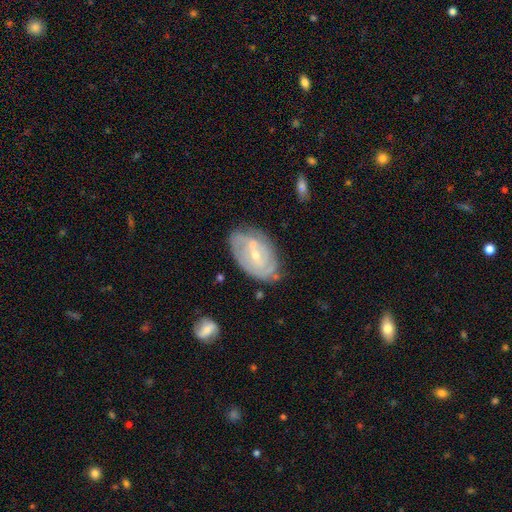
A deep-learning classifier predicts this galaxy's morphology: Smooth or featured? featured or disk (64%)
Edge-on disk? no (93%)
Bar? weak (42%)
Spiral arms? yes (73%)
Bulge size? small (60%)
Merging? none (74%)